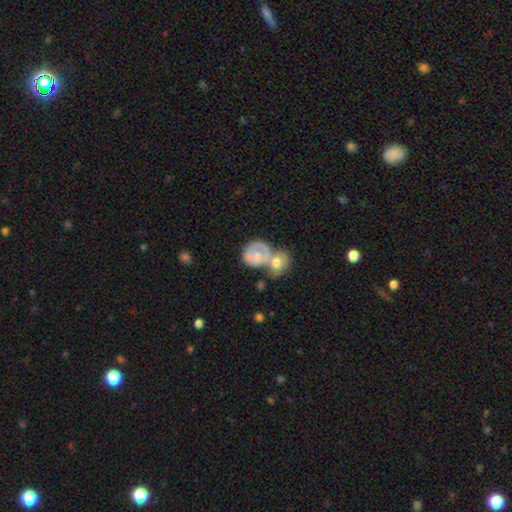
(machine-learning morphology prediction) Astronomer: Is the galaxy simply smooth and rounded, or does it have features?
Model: featured or disk — 49% (runner-up: smooth, 44%).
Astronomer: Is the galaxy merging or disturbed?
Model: merger — 63%.